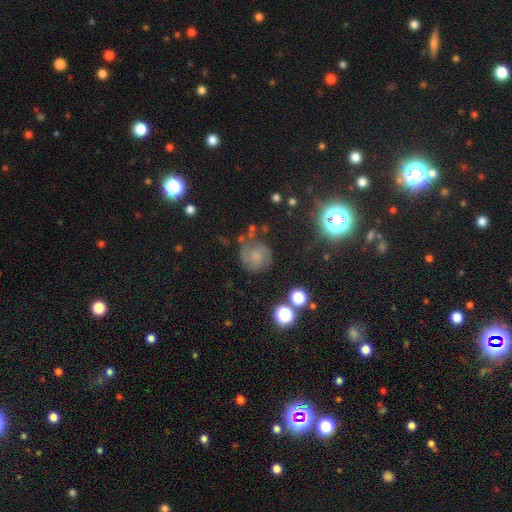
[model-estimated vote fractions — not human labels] This appears to be a smooth galaxy with no disk features (42%). Merging: none (60%).